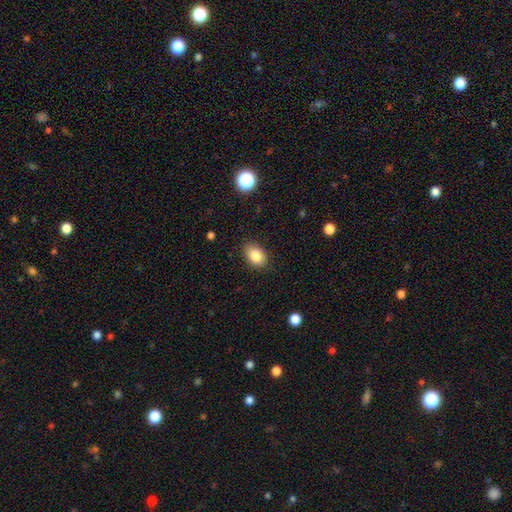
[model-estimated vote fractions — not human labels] This appears to be a smooth galaxy with no disk features (84%) that is in between round and cigar-shaped (78%). Merging: none (85%).